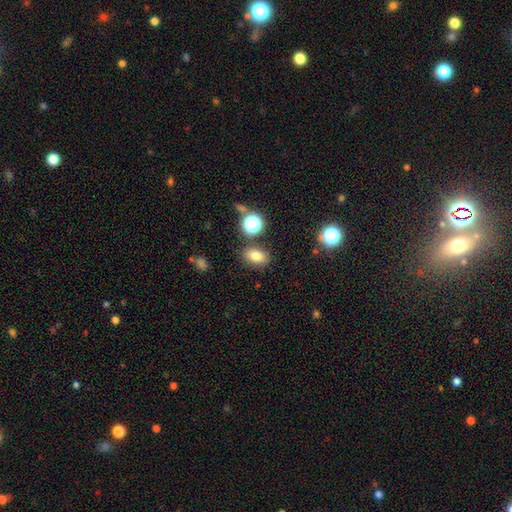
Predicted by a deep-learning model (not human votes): Q: Smooth or featured?
A: smooth (77%); runner-up: star or artifact (15%)
Q: How rounded?
A: in between (75%); runner-up: round (23%)
Q: Merging?
A: none (80%); runner-up: minor disturbance (11%)